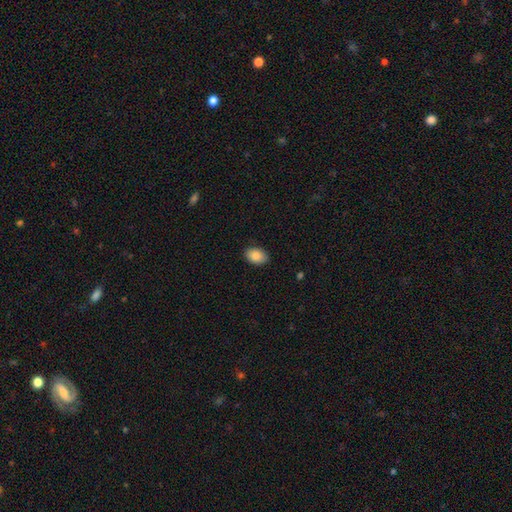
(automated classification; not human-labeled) Smooth or featured? Predicted: smooth (p=0.87). How rounded? Predicted: in between (p=0.84). Merging? Predicted: none (p=0.87).